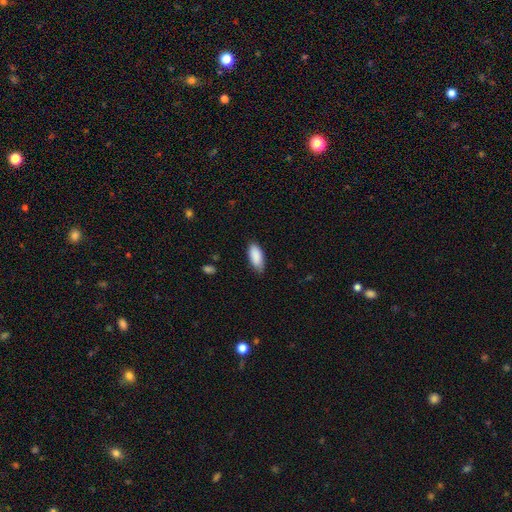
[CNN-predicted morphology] smooth-or-featured: smooth: 90% | star or artifact: 6% | featured or disk: 4%
  how-rounded: in between: 88% | cigar-shaped: 11% | round: 2%
  merging: none: 80% | minor disturbance: 17% | major disturbance: 3% | merger: 1%